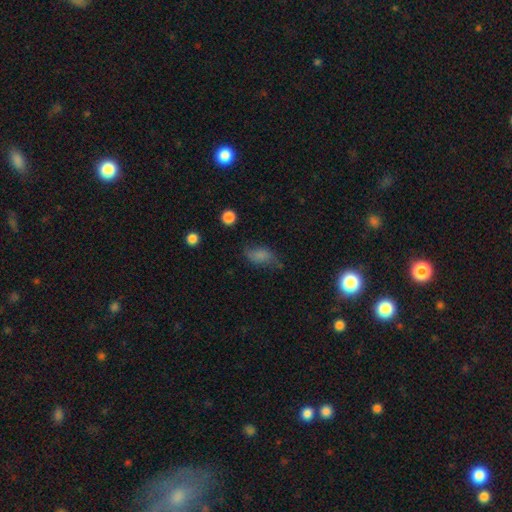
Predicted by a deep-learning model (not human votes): The model was most divided on "merging": none: 62%, minor disturbance: 26%, major disturbance: 10%, merger: 2%. More confident: how rounded — in between (81%); smooth or featured — smooth (63%).